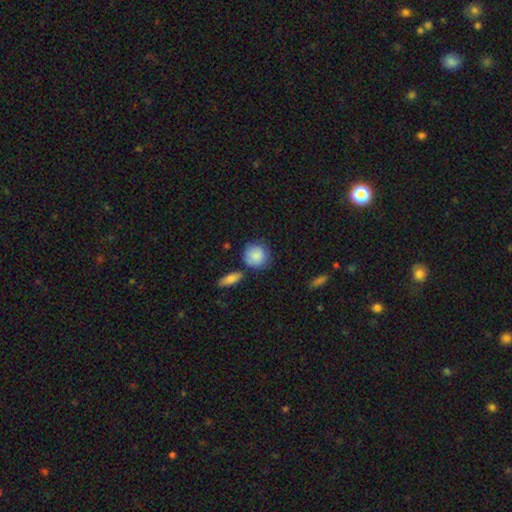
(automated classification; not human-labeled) Smooth or featured: smooth — 86% (featured or disk — 7%)
How rounded: round — 86% (in between — 13%)
Merging: none — 70% (minor disturbance — 16%)